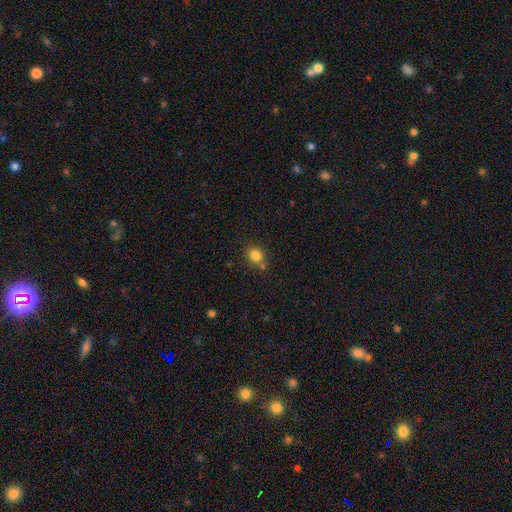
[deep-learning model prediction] smooth-or-featured: smooth: 82% | star or artifact: 12% | featured or disk: 6%
  how-rounded: round: 71% | in between: 28% | cigar-shaped: 1%
  merging: none: 71% | minor disturbance: 13% | merger: 13% | major disturbance: 3%